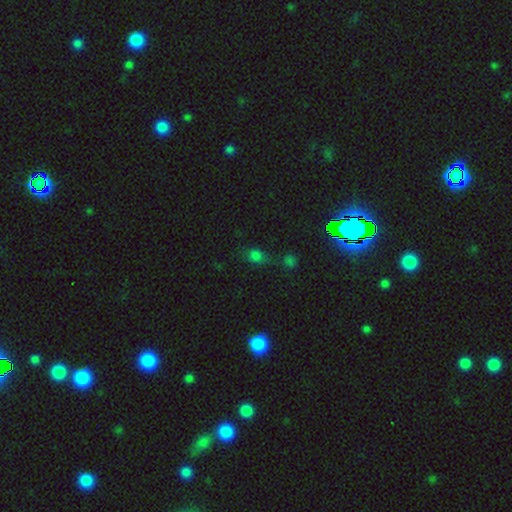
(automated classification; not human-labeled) Smooth or featured?
  - smooth: 61% *
  - star or artifact: 31%
  - featured or disk: 8%
How rounded?
  - round: 49% *
  - in between: 46%
  - cigar-shaped: 5%
Merging?
  - none: 51% *
  - merger: 20%
  - minor disturbance: 18%
  - major disturbance: 11%